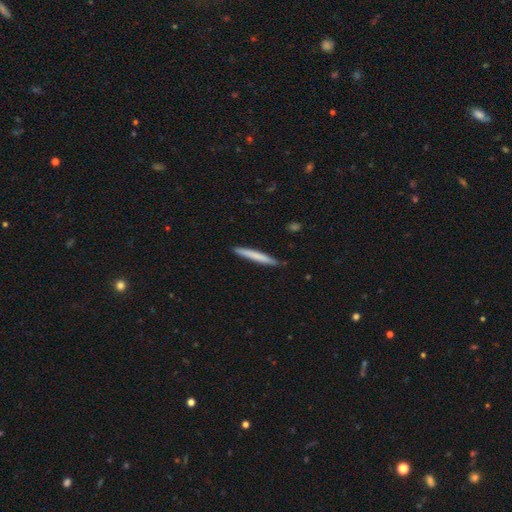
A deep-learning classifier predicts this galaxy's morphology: Q: Smooth or featured?
A: smooth (72%); runner-up: featured or disk (23%)
Q: How rounded?
A: cigar-shaped (97%); runner-up: in between (2%)
Q: Merging?
A: none (90%); runner-up: minor disturbance (8%)